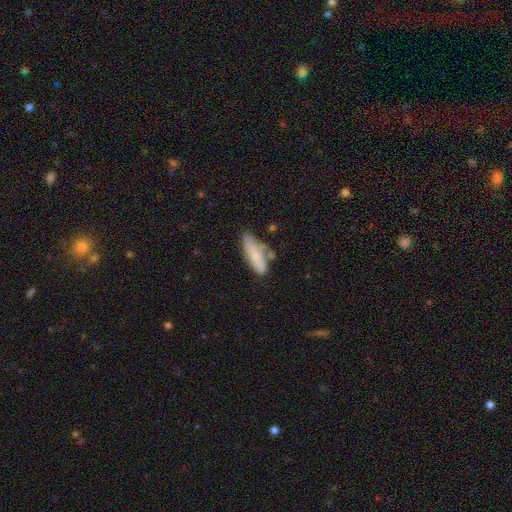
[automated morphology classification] Overall: smooth (74%). How rounded: in between (51%; cigar-shaped 48%). Merging: none (51%; minor disturbance 28%).